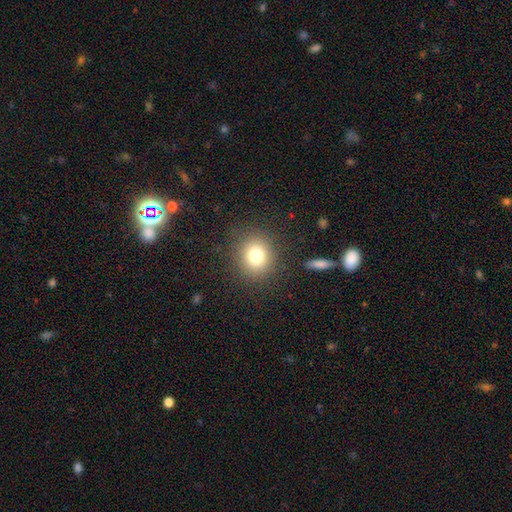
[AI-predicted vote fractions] Q: Smooth or featured?
A: smooth (79%); runner-up: star or artifact (12%)
Q: How rounded?
A: round (80%); runner-up: in between (19%)
Q: Merging?
A: none (86%); runner-up: minor disturbance (8%)